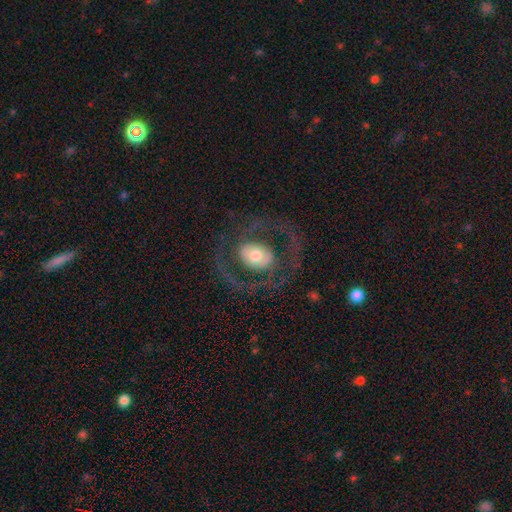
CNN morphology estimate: A featured or disk galaxy (65%) with no bar (66%), spiral arms (51%) and a moderate central bulge (56%). Merging: none (70%).